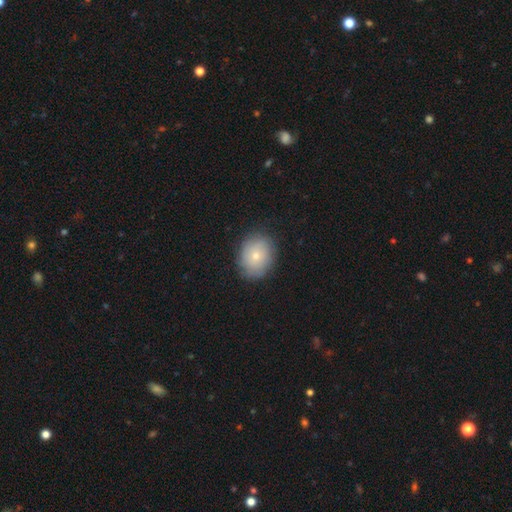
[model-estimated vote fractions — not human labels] smooth 68%, featured or disk 24%, star or artifact 8%. Down the decision tree: how rounded — round (50%); merging — none (81%).